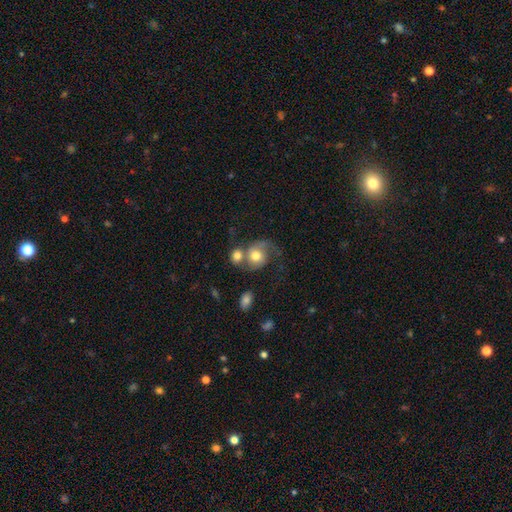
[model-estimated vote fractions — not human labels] smooth-or-featured: smooth: 47% | featured or disk: 44% | star or artifact: 8%
  merging: merger: 41% | none: 26% | major disturbance: 19% | minor disturbance: 14%